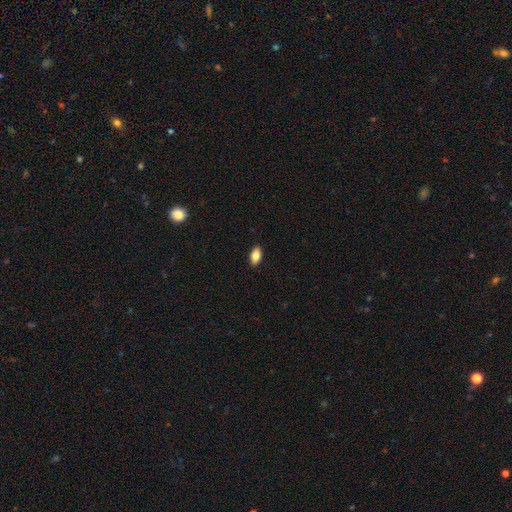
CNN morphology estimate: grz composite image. It shows a smooth galaxy with no disk features (84%) that is in between round and cigar-shaped (92%). Merging: none (90%).